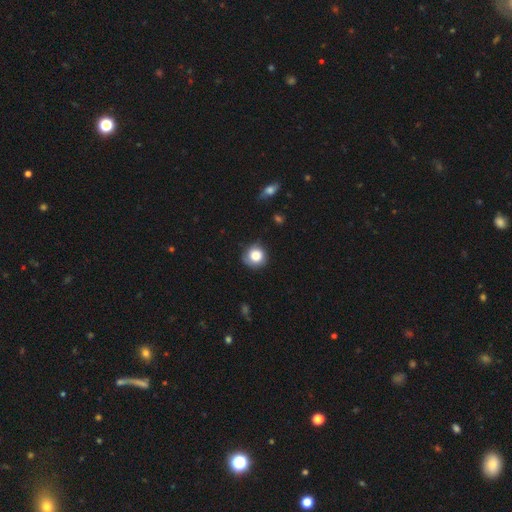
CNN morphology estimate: Smooth or featured: smooth — 82% (star or artifact — 10%)
How rounded: round — 90% (in between — 9%)
Merging: none — 71% (minor disturbance — 22%)